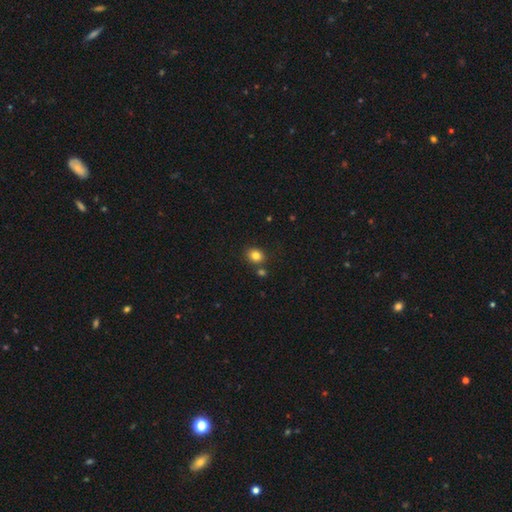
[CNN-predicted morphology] type=smooth (82%); roundness=round (64%); merging=none (77%).